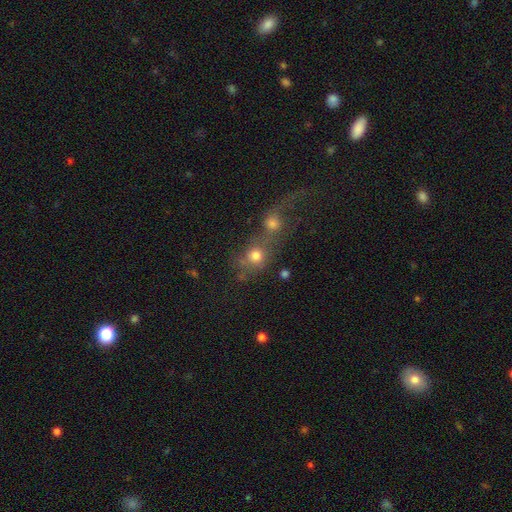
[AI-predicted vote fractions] Morphology: type=smooth (73%); roundness=round (78%); merging=merger (56%).